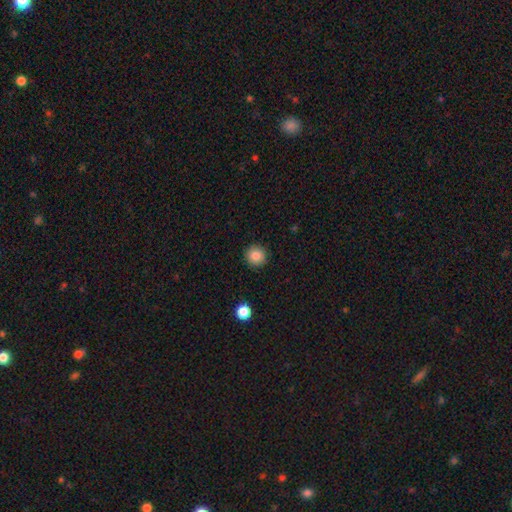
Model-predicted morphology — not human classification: Smooth or featured?
  - smooth: 85% *
  - star or artifact: 10%
  - featured or disk: 5%
How rounded?
  - round: 95% *
  - in between: 4%
  - cigar-shaped: 1%
Merging?
  - none: 92% *
  - minor disturbance: 5%
  - major disturbance: 2%
  - merger: 1%